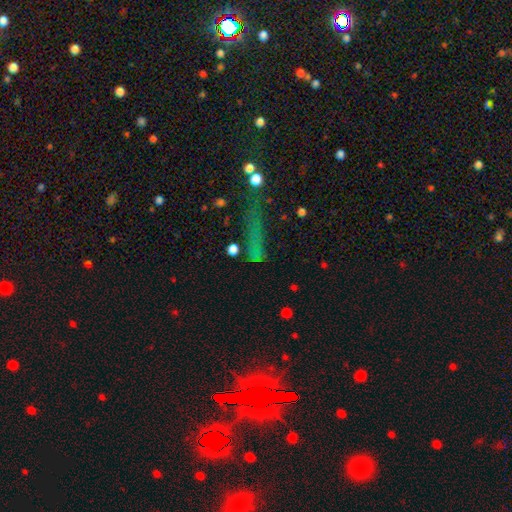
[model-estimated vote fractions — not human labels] This appears to be a star or artifact, not a galaxy (42%).